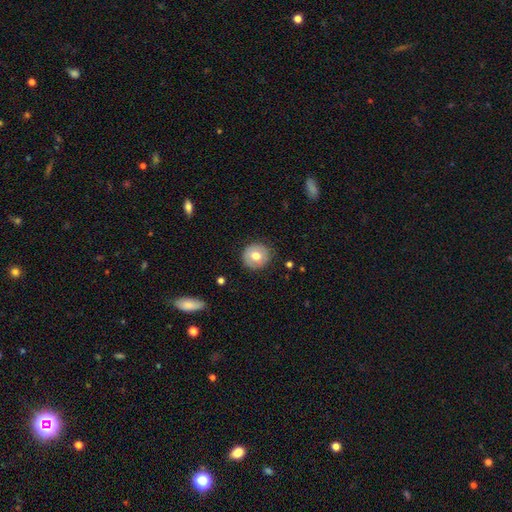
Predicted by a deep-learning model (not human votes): smooth_or_featured: smooth (p=0.71) [alt: featured or disk p=0.22]
how_rounded: round (p=0.89) [alt: in between p=0.10]
merging: none (p=0.87) [alt: minor disturbance p=0.10]